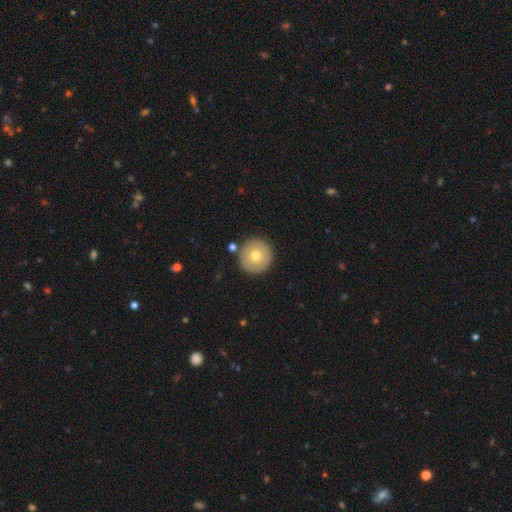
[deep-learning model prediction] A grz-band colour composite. It shows a smooth galaxy with no disk features (68%) that is round (95%). Merging: none (87%).